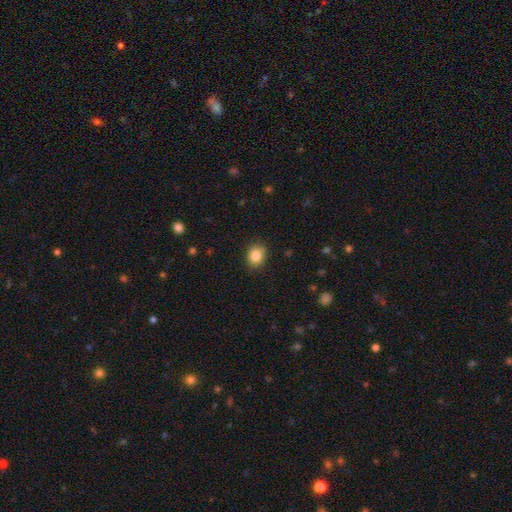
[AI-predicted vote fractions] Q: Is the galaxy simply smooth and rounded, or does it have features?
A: smooth — 85%.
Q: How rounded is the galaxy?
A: round — 54%.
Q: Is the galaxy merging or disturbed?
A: none — 87%.